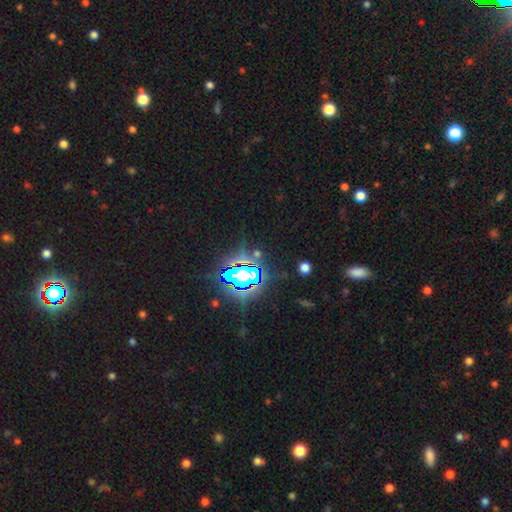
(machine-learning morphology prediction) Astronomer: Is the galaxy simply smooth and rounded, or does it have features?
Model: star or artifact — 74%.